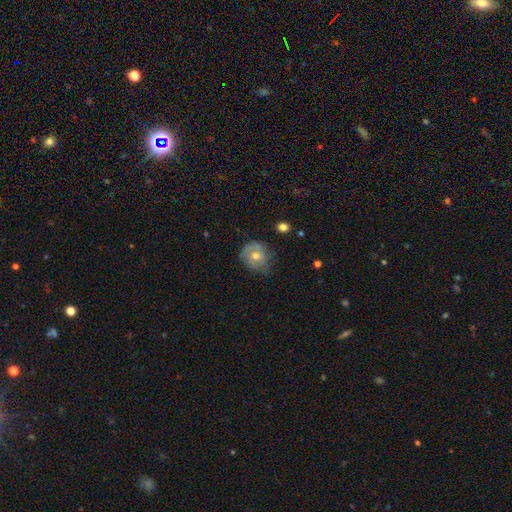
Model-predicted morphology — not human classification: A featured or disk galaxy (49%). Merging: none (61%).